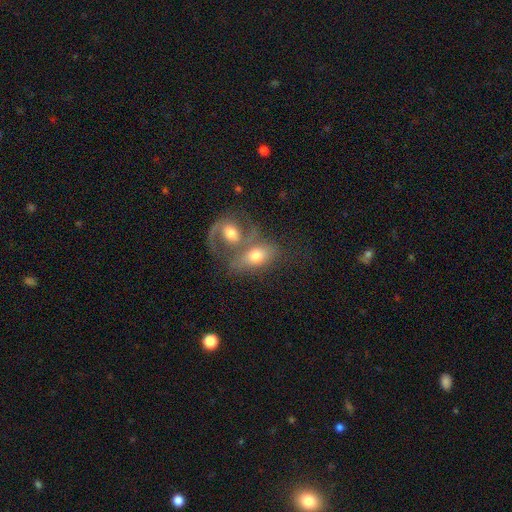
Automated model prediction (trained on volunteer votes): Smooth or featured? Predicted: smooth (p=0.50). Merging? Predicted: merger (p=0.64).